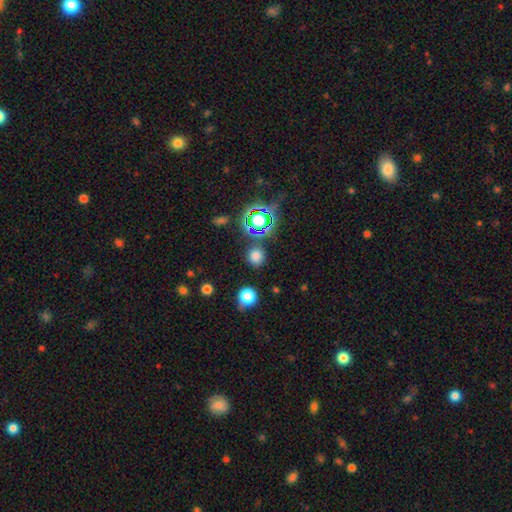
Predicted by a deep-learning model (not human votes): This is likely a smooth galaxy (68%). How rounded: clearly round (86%). Merging: clearly none (82%).